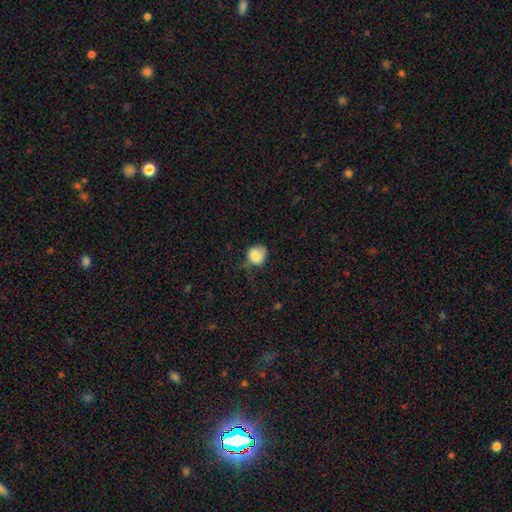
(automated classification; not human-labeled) A smooth galaxy with no disk features (83%) that is round (71%). Merging: none (41%).